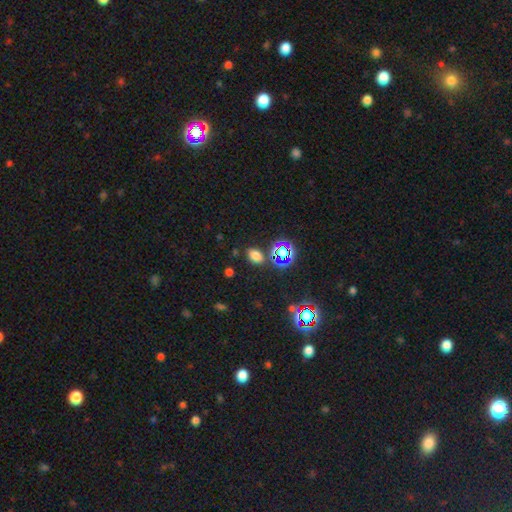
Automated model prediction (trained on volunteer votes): This is likely a smooth galaxy (68%). How rounded: likely in between (75%). Merging: clearly none (80%).